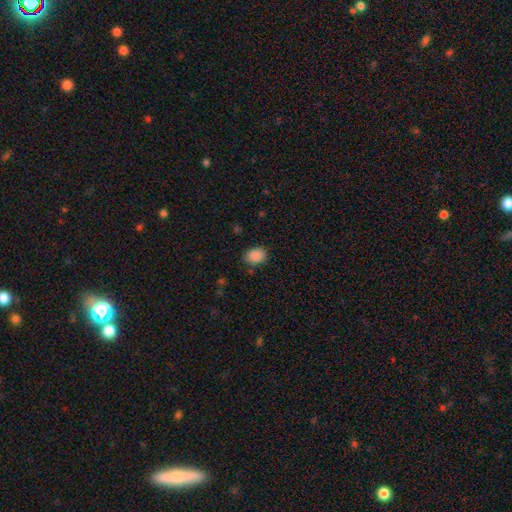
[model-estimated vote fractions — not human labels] Smooth or featured: smooth — 88% (star or artifact — 9%)
How rounded: in between — 54% (round — 45%)
Merging: none — 84% (minor disturbance — 11%)